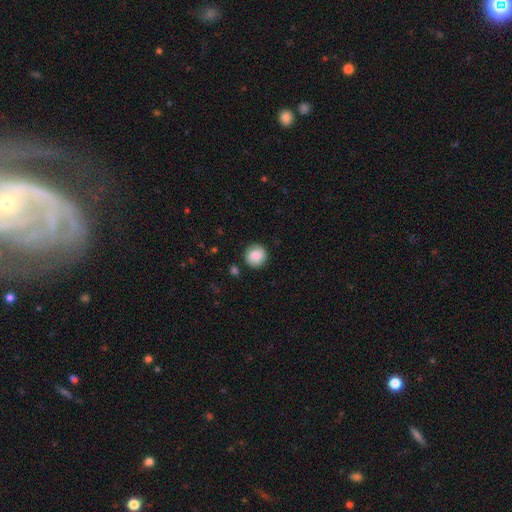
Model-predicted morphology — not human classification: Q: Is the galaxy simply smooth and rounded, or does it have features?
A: smooth — 82%.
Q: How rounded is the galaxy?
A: round — 94%.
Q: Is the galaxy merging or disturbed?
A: none — 87%.